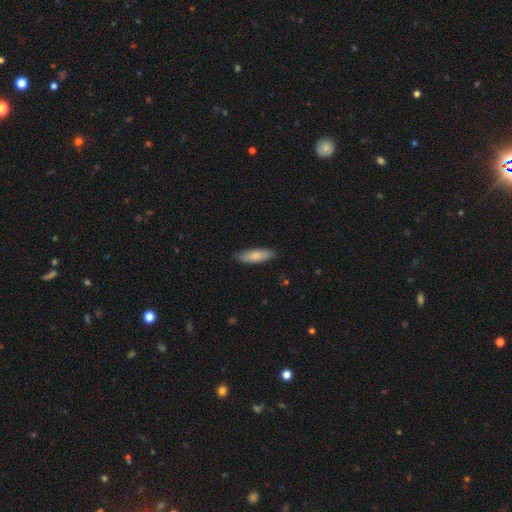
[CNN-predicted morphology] smooth_or_featured: smooth (p=0.82) [alt: featured or disk p=0.13]
how_rounded: in between (p=0.55) [alt: cigar-shaped p=0.43]
merging: none (p=0.84) [alt: minor disturbance p=0.12]